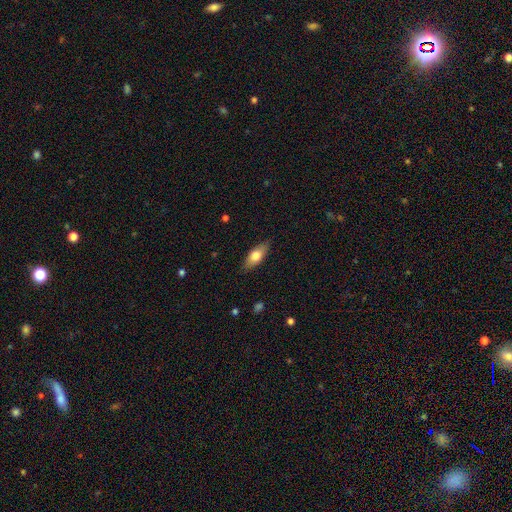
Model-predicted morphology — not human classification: Smooth or featured: smooth — 71% (featured or disk — 23%)
How rounded: in between — 78% (cigar-shaped — 19%)
Merging: none — 85% (minor disturbance — 12%)